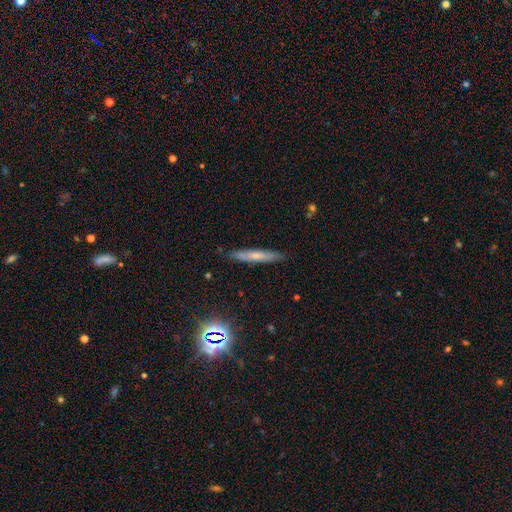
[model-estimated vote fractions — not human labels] Smooth or featured?
  - smooth: 59% *
  - featured or disk: 31%
  - star or artifact: 10%
How rounded?
  - cigar-shaped: 91% *
  - in between: 7%
  - round: 2%
Merging?
  - none: 87% *
  - minor disturbance: 10%
  - major disturbance: 2%
  - merger: 1%